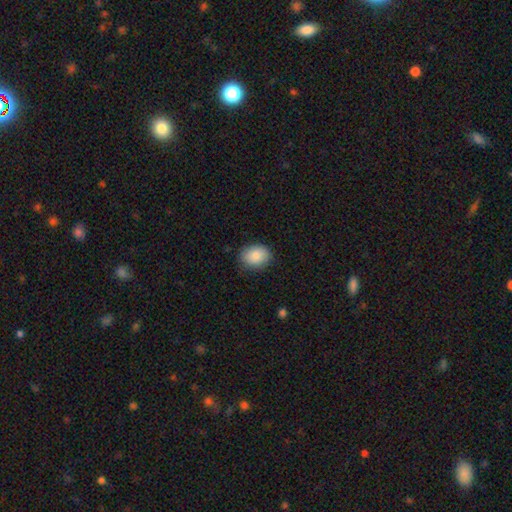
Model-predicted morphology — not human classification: A smooth galaxy with no disk features (87%) that is in between round and cigar-shaped (60%). Merging: none (82%).